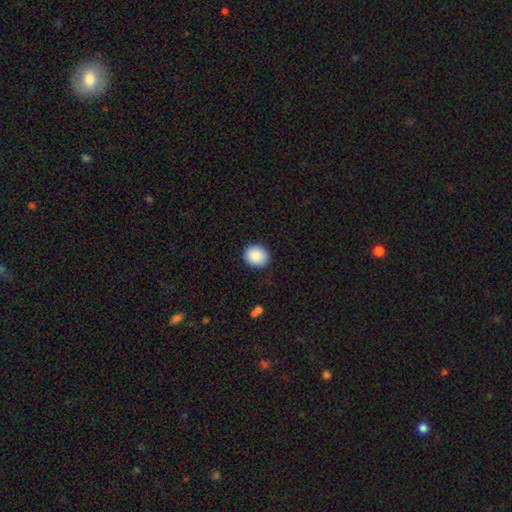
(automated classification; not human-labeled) A smooth galaxy with no disk features (90%) that is round (69%).

Vote fractions:
- Smooth or featured? smooth: 90% / star or artifact: 7% / featured or disk: 3%
- How rounded? round: 69% / in between: 30% / cigar-shaped: 1%
- Merging? none: 88% / minor disturbance: 9% / major disturbance: 2% / merger: 1%